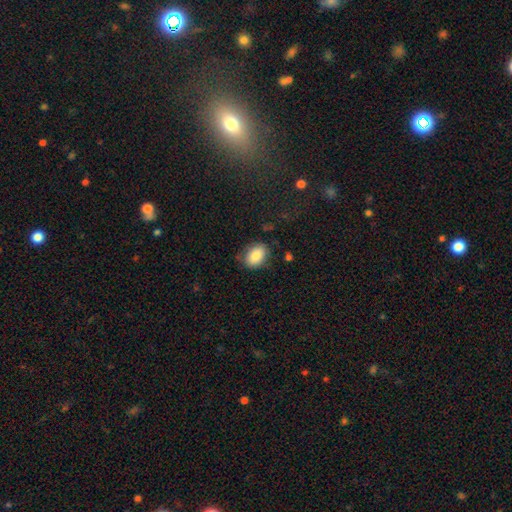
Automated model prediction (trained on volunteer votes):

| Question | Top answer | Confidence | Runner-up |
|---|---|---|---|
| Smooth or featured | smooth | 84% | featured or disk (8%) |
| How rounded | in between | 73% | round (26%) |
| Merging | none | 77% | minor disturbance (16%) |